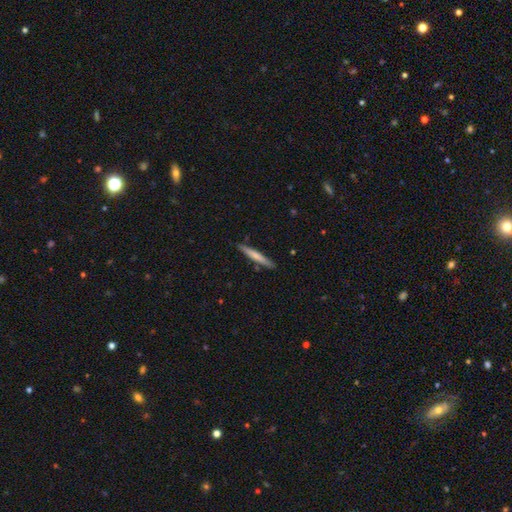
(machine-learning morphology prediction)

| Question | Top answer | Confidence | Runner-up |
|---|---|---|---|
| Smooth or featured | smooth | 64% | featured or disk (31%) |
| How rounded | cigar-shaped | 95% | in between (4%) |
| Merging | none | 88% | minor disturbance (9%) |